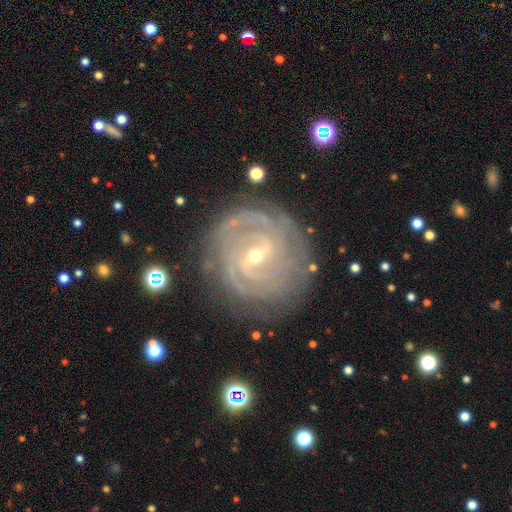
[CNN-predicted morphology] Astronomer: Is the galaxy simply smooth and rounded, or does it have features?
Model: featured or disk — 89%.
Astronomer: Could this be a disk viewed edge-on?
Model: no — 97%.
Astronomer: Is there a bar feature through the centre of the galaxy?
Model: weak — 50% (runner-up: strong, 35%).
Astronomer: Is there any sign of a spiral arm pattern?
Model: yes — 97%.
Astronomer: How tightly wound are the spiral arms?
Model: tight — 78%.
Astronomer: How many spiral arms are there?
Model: can't tell — 25% (runner-up: 3, 21%).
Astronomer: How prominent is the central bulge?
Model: small — 60% (runner-up: moderate, 37%).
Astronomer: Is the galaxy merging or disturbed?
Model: none — 80%.